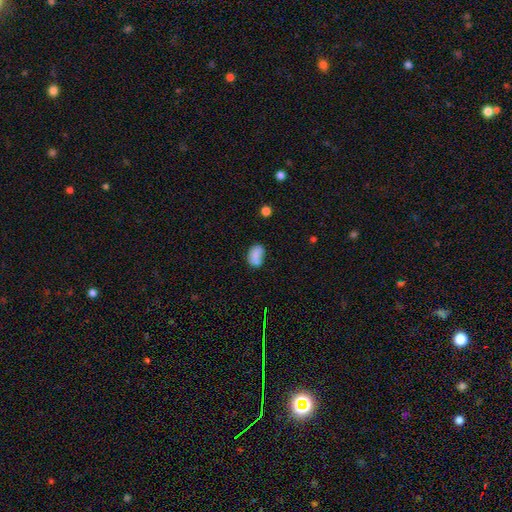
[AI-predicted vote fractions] smooth_or_featured: smooth (p=0.80) [alt: featured or disk p=0.10]
how_rounded: in between (p=0.84) [alt: round p=0.15]
merging: none (p=0.56) [alt: minor disturbance p=0.26]